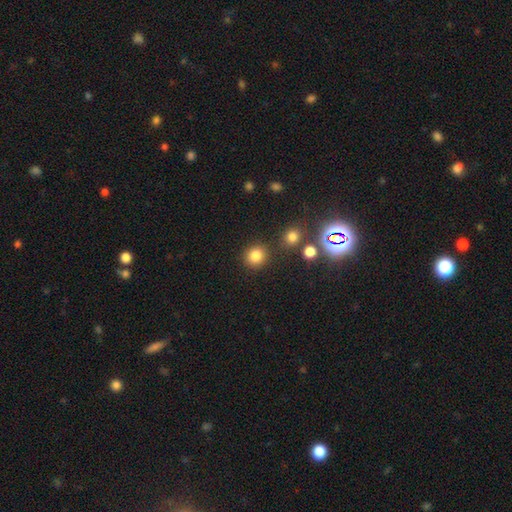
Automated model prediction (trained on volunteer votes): The model was most divided on "smooth or featured": smooth: 81%, star or artifact: 14%, featured or disk: 5%. More confident: how rounded — round (89%); merging — none (85%).